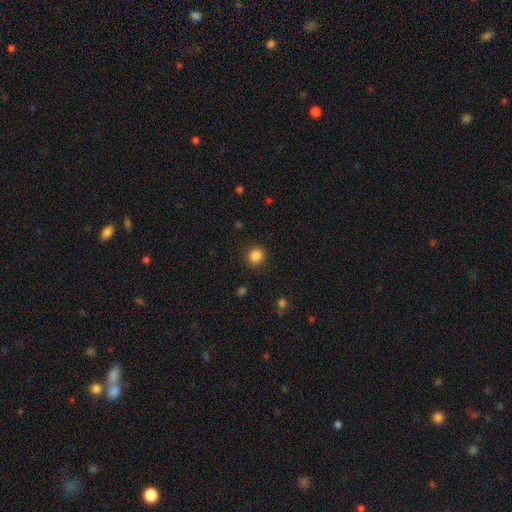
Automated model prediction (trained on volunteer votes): A smooth galaxy with no disk features (86%) that is round (81%).

Vote fractions:
- Smooth or featured? smooth: 86% / star or artifact: 11% / featured or disk: 3%
- How rounded? round: 81% / in between: 18% / cigar-shaped: 1%
- Merging? none: 89% / minor disturbance: 7% / major disturbance: 3% / merger: 1%